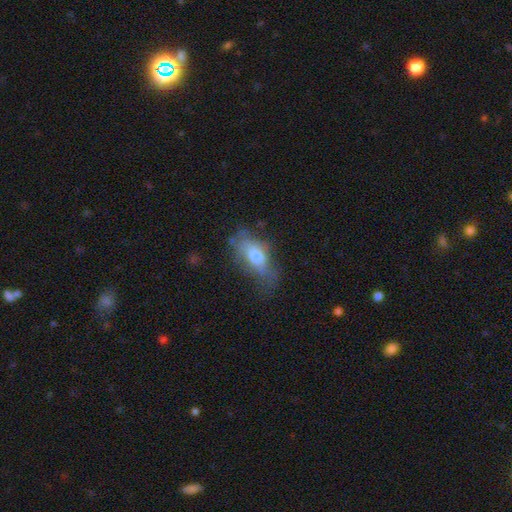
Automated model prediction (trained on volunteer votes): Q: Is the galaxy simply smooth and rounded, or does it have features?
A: smooth — 59%.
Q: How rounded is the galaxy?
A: in between — 84%.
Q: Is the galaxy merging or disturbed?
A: none — 40%.